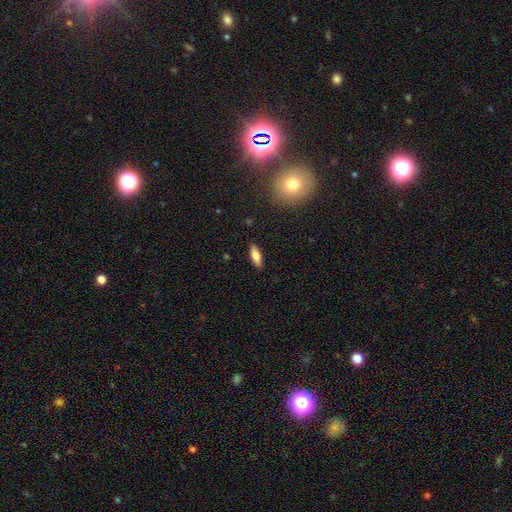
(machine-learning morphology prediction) type=smooth (68%); roundness=in between (64%); merging=none (88%).